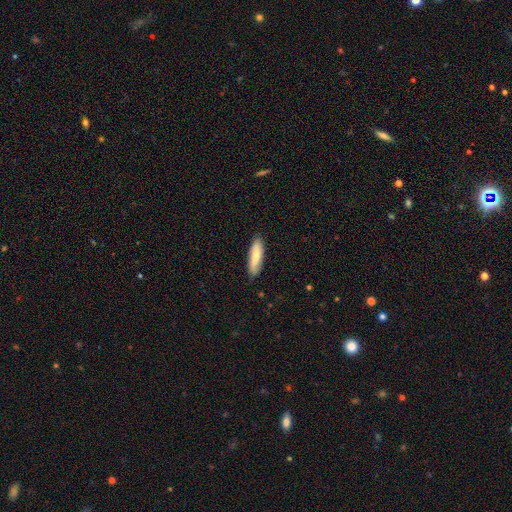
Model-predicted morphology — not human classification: This appears to be a smooth galaxy with no disk features (79%) that is cigar-shaped (62%). Merging: none (87%).